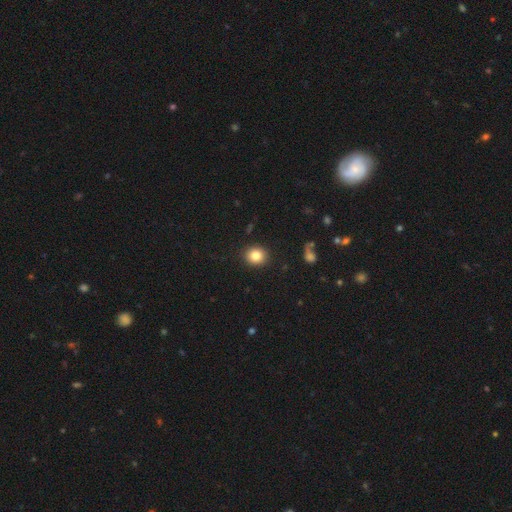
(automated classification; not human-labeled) smooth 84%, star or artifact 10%, featured or disk 7%. Down the decision tree: how rounded — round (82%); merging — none (91%).